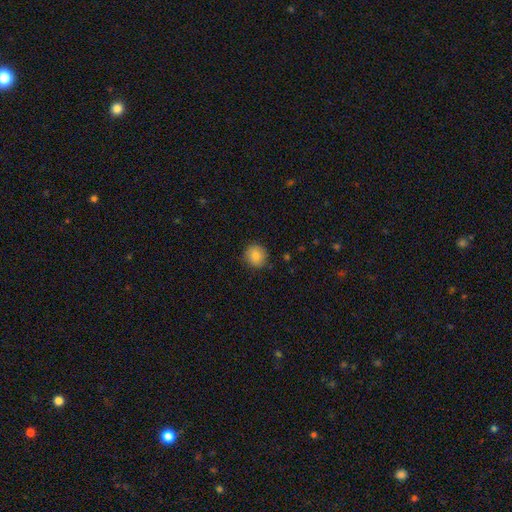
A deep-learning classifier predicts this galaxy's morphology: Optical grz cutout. It shows a smooth galaxy with no disk features (85%) that is round (89%). Merging: none (86%).